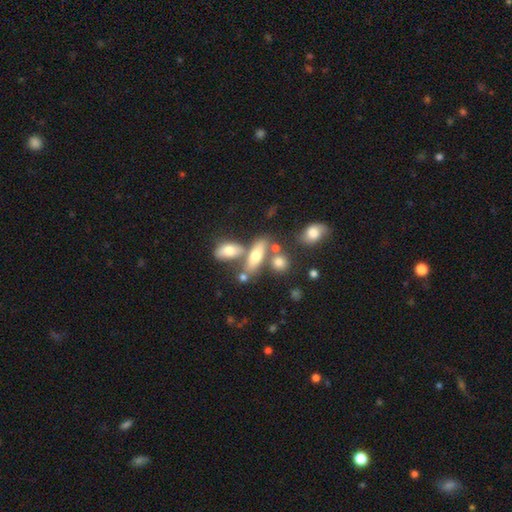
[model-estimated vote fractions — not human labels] A smooth galaxy with no disk features (63%) that is in between round and cigar-shaped (59%). Merging: none (50%).